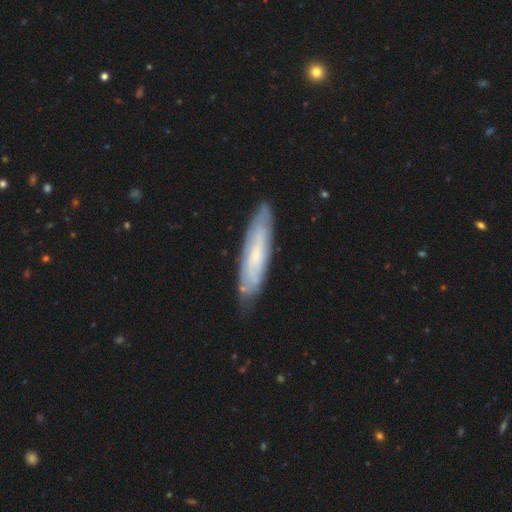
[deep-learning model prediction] smooth-or-featured: featured or disk: 53% | smooth: 40% | star or artifact: 6%
  disk-edge-on: no: 55% | yes: 45%
  merging: none: 80% | minor disturbance: 16% | major disturbance: 3% | merger: 2%